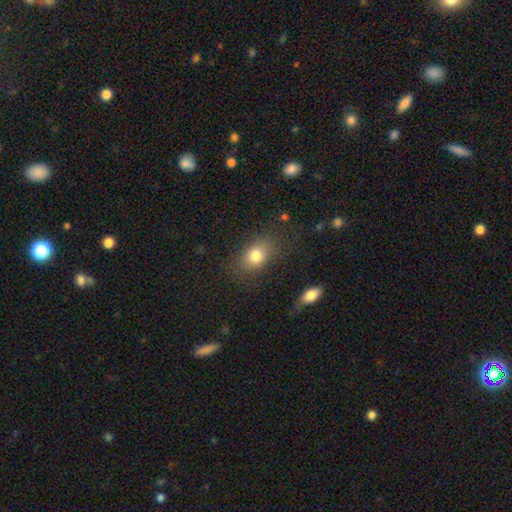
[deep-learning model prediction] Morphology: type=smooth (79%); roundness=in between (73%); merging=none (77%).